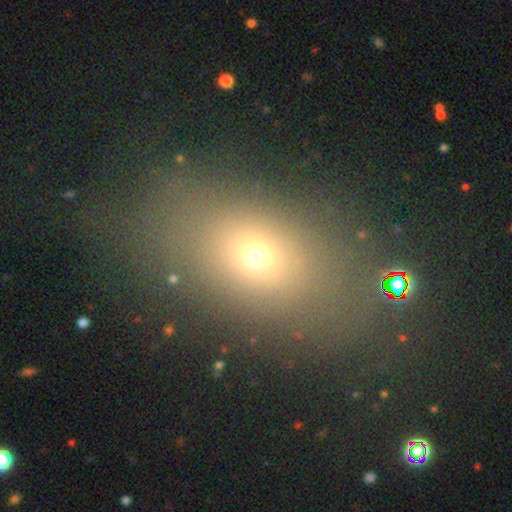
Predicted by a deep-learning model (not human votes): Smooth or featured? Predicted: smooth (p=0.67). How rounded? Predicted: in between (p=0.72). Merging? Predicted: none (p=0.69).